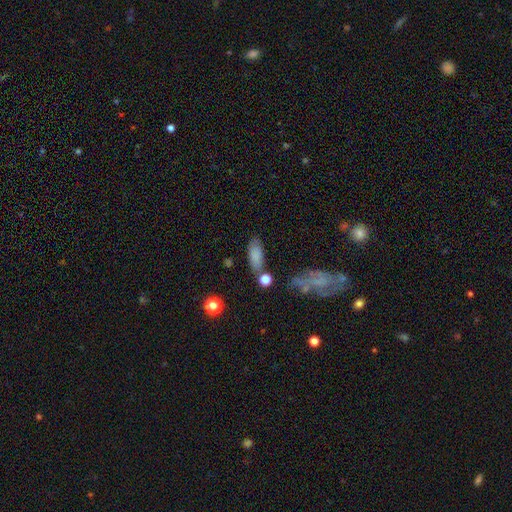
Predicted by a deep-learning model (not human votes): A smooth galaxy with no disk features (80%) that is in between round and cigar-shaped (73%).

Vote fractions:
- Smooth or featured? smooth: 80% / featured or disk: 11% / star or artifact: 9%
- How rounded? in between: 73% / cigar-shaped: 23% / round: 4%
- Merging? none: 69% / minor disturbance: 17% / merger: 9% / major disturbance: 6%